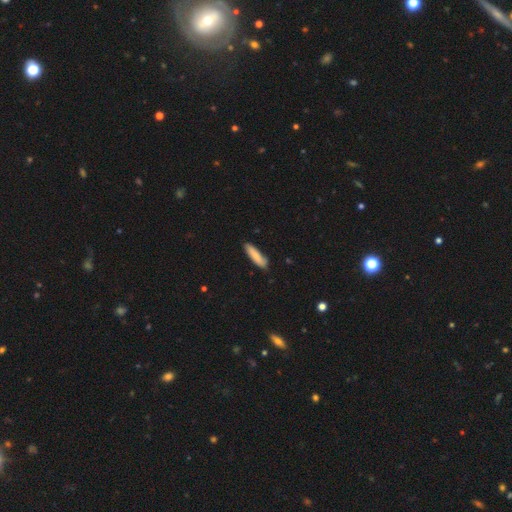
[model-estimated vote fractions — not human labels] The model was most divided on "how rounded": cigar-shaped: 73%, in between: 25%, round: 1%. More confident: smooth or featured — smooth (83%); merging — none (83%).